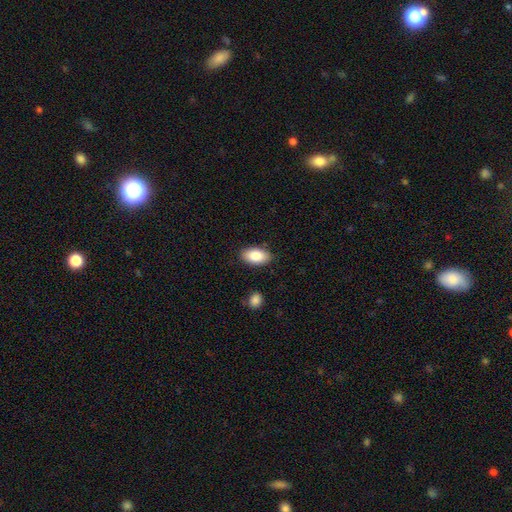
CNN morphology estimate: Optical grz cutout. It shows a smooth galaxy with no disk features (87%) that is in between round and cigar-shaped (94%). Merging: none (86%).